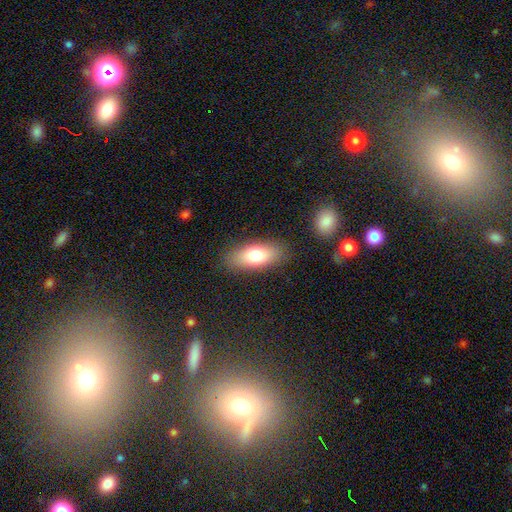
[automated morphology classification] smooth 76%, featured or disk 16%, star or artifact 8%. Down the decision tree: how rounded — in between (82%); merging — none (85%).